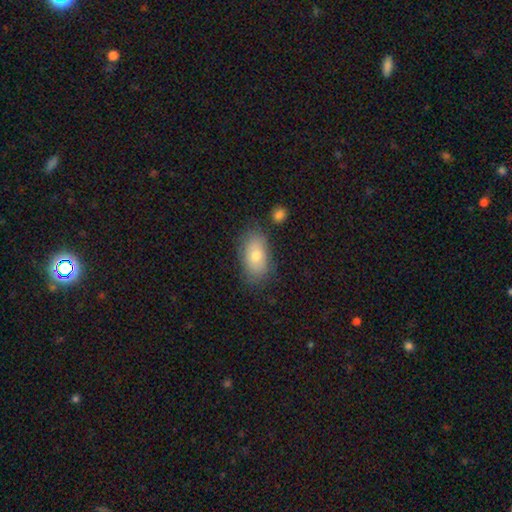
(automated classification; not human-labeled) smooth_or_featured: smooth (p=0.74) [alt: featured or disk p=0.18]
how_rounded: in between (p=0.91) [alt: round p=0.06]
merging: none (p=0.77) [alt: minor disturbance p=0.16]